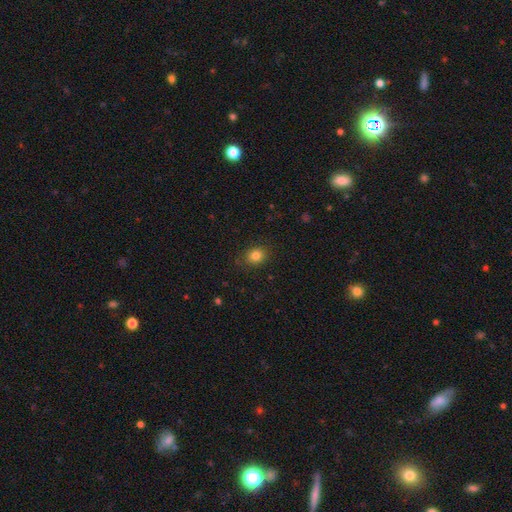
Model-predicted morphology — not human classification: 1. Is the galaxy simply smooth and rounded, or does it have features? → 83% smooth, 12% star or artifact, 6% featured or disk.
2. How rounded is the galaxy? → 58% round, 41% in between, 1% cigar-shaped.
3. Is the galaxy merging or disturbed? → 84% none, 11% minor disturbance, 3% major disturbance, 1% merger.